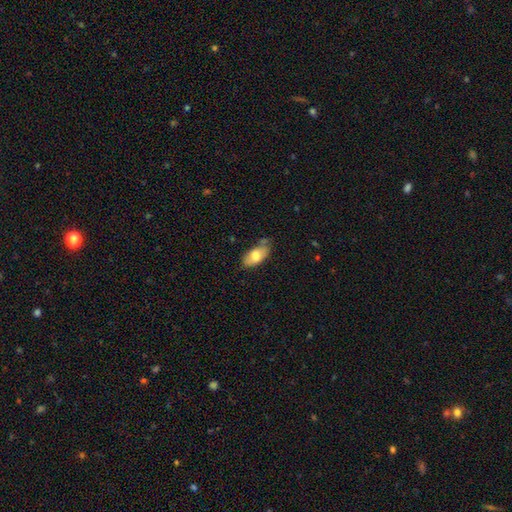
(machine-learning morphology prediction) A smooth galaxy with no disk features (71%) that is in between round and cigar-shaped (92%). Merging: none (59%).